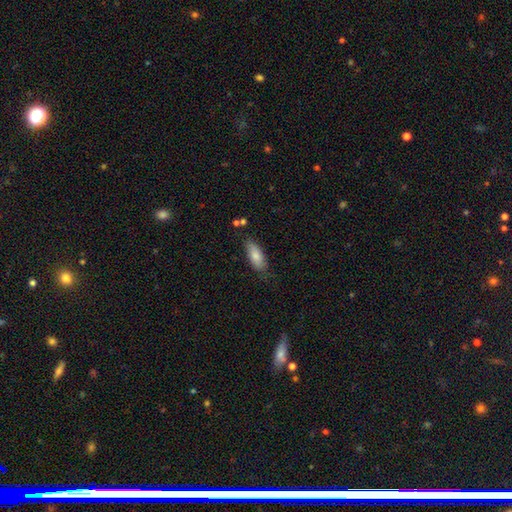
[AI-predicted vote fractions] smooth_or_featured: smooth (p=0.81) [alt: featured or disk p=0.13]
how_rounded: in between (p=0.79) [alt: cigar-shaped p=0.19]
merging: none (p=0.72) [alt: minor disturbance p=0.20]